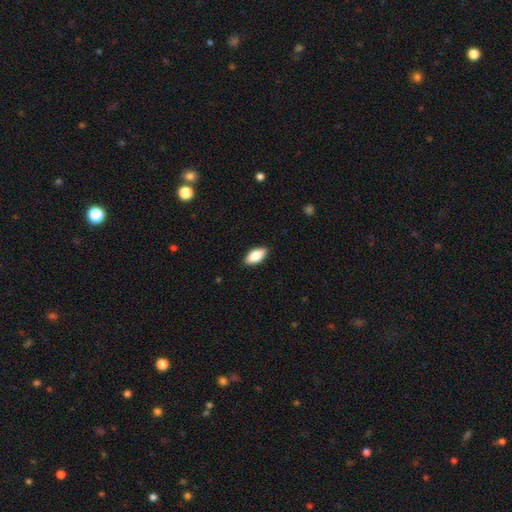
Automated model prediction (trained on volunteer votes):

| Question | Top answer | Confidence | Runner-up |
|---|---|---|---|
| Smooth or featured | smooth | 83% | featured or disk (11%) |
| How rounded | in between | 88% | cigar-shaped (9%) |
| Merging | none | 89% | minor disturbance (9%) |